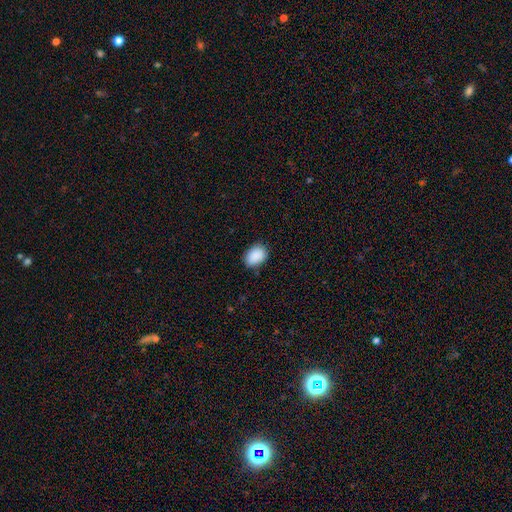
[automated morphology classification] Smooth or featured? smooth (90%)
How rounded? in between (77%)
Merging? none (80%)